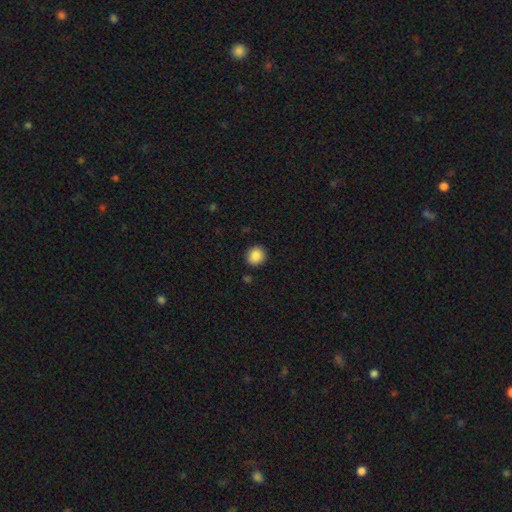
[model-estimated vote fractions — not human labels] Smooth or featured? smooth (88%)
How rounded? round (87%)
Merging? none (90%)